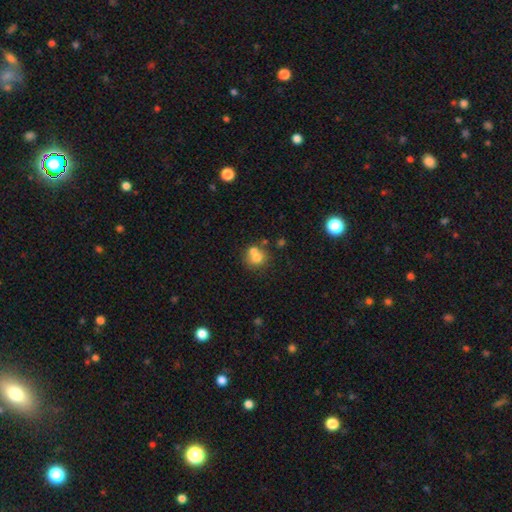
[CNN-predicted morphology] Smooth or featured? smooth (69%)
How rounded? round (80%)
Merging? merger (48%)